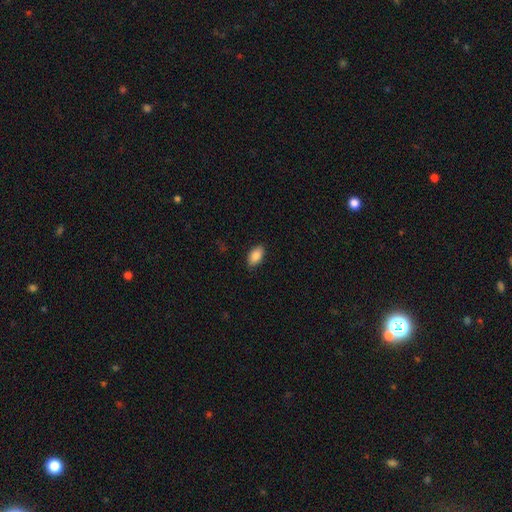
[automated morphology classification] Smooth or featured? smooth (86%)
How rounded? in between (93%)
Merging? none (86%)